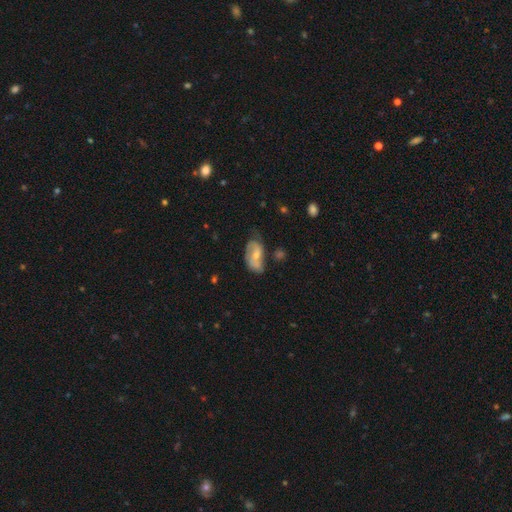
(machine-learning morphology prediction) smooth-or-featured: featured or disk: 55% | smooth: 38% | star or artifact: 7%
  disk-edge-on: no: 94% | yes: 6%
    bar: no: 52% | weak: 36% | strong: 12%
    has-spiral-arms: yes: 77% | no: 23%
    bulge-size: moderate: 49% | small: 43% | none: 4% | large: 3% | dominant: 1%
  merging: none: 47% | minor disturbance: 32% | major disturbance: 16% | merger: 5%